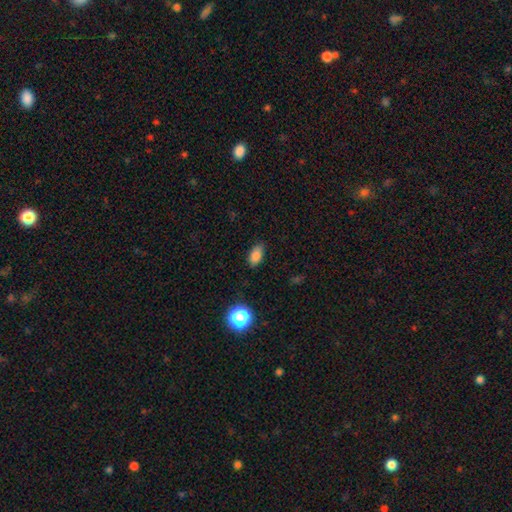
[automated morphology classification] The model was most divided on "merging": none: 82%, minor disturbance: 14%, major disturbance: 3%, merger: 1%. More confident: how rounded — in between (88%); smooth or featured — smooth (82%).